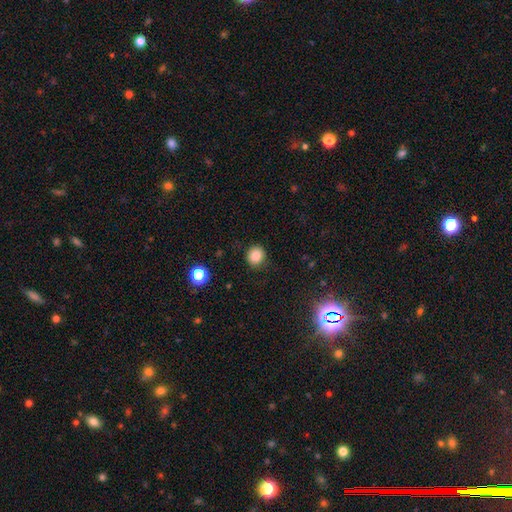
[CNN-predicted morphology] Smooth or featured? Predicted: smooth (p=0.85). How rounded? Predicted: round (p=0.82). Merging? Predicted: none (p=0.87).